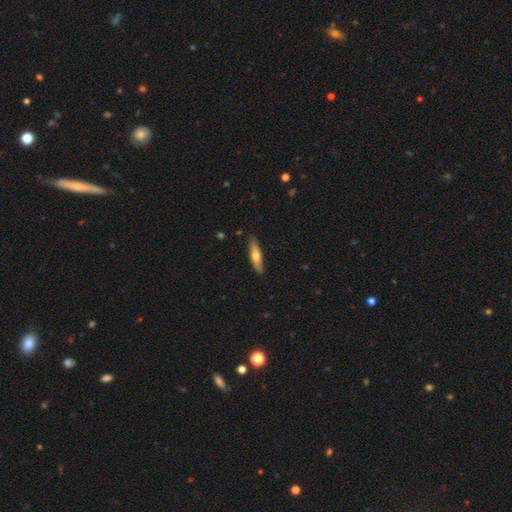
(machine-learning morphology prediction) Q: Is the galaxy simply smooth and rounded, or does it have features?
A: smooth — 54%.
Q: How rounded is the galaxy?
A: cigar-shaped — 77%.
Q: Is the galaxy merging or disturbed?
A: none — 87%.